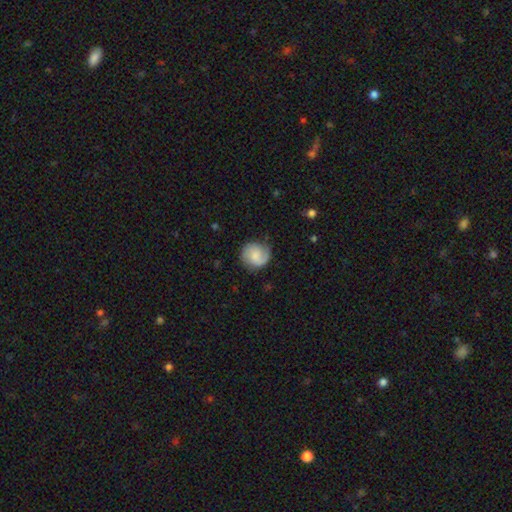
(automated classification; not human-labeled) This is possibly a featured or disk galaxy (57%). It is clearly not viewed edge-on (98%). Bar: possibly no (57%). Spiral arm pattern: clearly yes (93%). Spiral arm count: likely 2 (72%). Spiral winding: marginally medium (42%). Central bulge: marginally small (43%). Merging: likely none (77%).